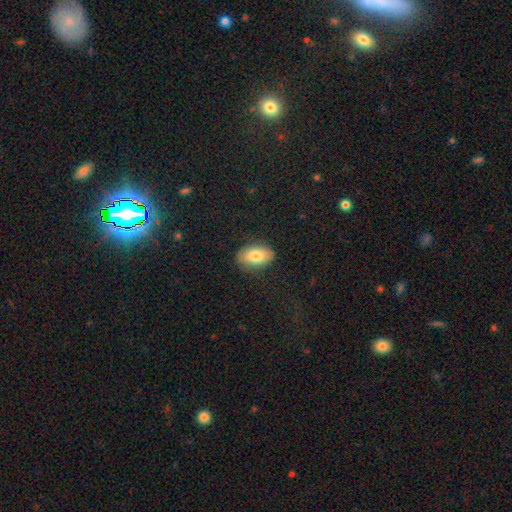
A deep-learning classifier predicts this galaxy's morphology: Smooth or featured: smooth — 79% (featured or disk — 13%)
How rounded: in between — 91% (round — 7%)
Merging: none — 83% (minor disturbance — 13%)